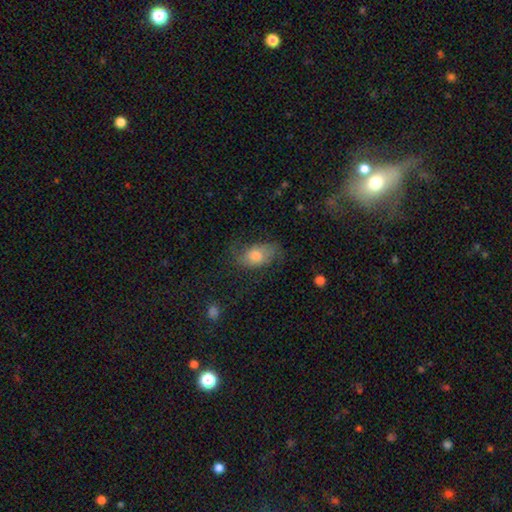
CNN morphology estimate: Smooth or featured? smooth (64%)
How rounded? in between (83%)
Merging? none (57%)